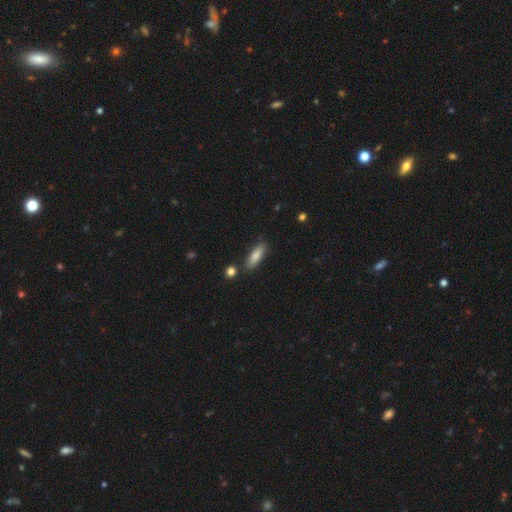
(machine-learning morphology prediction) A smooth galaxy with no disk features (83%) that is cigar-shaped (50%). Merging: none (82%).